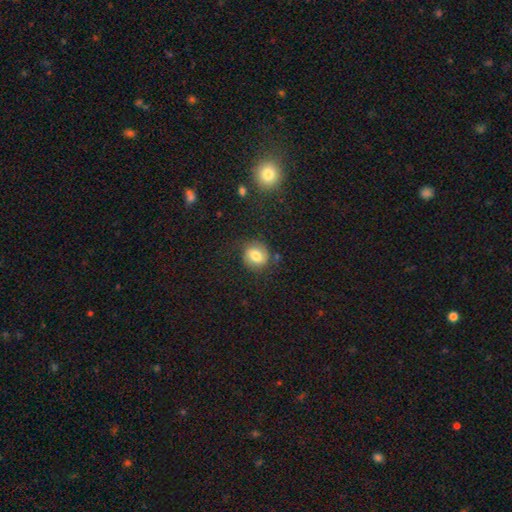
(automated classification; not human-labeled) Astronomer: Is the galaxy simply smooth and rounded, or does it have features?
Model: smooth — 69%.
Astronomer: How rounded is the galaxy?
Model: round — 75%.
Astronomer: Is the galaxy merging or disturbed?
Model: none — 76%.